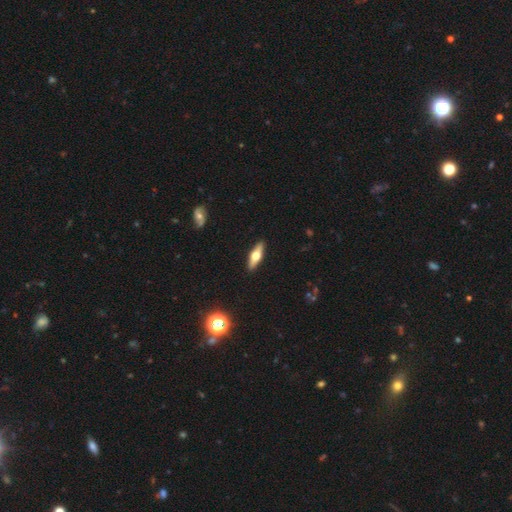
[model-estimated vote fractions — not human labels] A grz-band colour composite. It shows a featured or disk galaxy (53%) viewed edge-on (91%). Merging: none (91%).